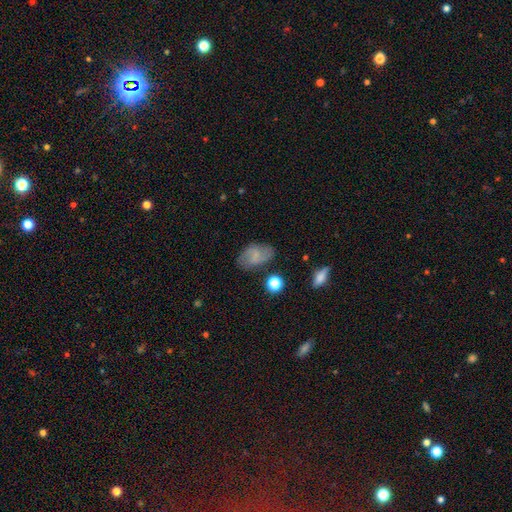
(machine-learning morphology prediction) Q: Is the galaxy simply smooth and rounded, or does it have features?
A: smooth — 53%.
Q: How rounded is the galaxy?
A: in between — 87%.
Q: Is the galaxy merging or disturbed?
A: none — 73%.